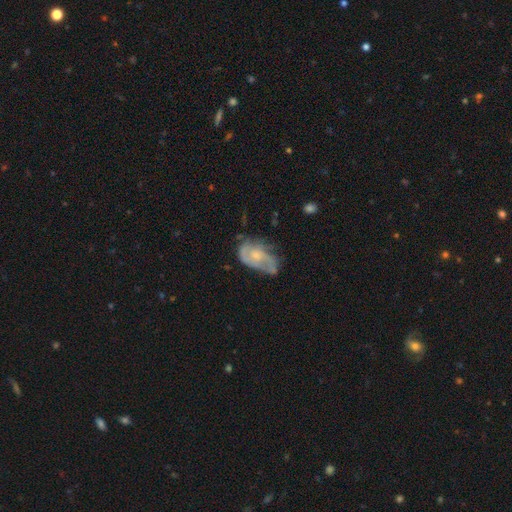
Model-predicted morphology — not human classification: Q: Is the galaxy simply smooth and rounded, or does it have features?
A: featured or disk — 66%.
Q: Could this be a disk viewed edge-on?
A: no — 96%.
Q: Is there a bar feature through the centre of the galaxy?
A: no — 75%.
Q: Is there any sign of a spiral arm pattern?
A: yes — 76%.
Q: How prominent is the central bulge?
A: small — 50%.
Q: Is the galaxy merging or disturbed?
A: none — 42%.